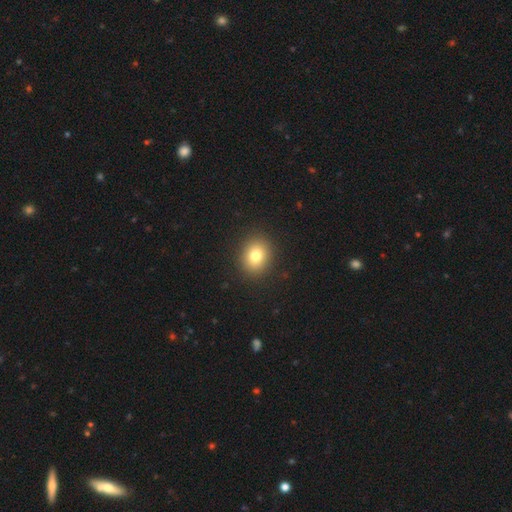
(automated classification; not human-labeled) This is likely a smooth galaxy (78%). How rounded: likely round (69%). Merging: clearly none (90%).